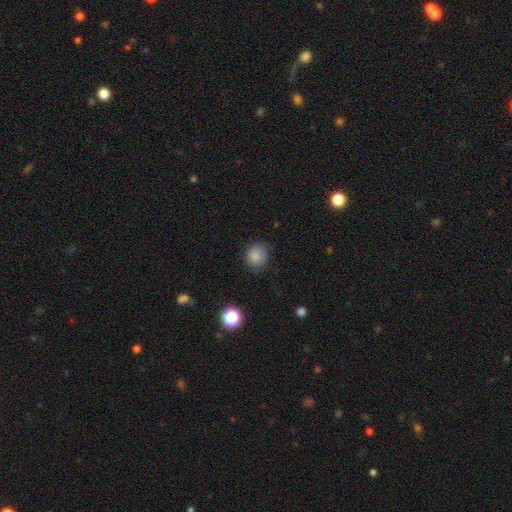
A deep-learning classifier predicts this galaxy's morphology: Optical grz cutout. It shows a smooth galaxy with no disk features (84%) that is round (85%). Merging: none (80%).